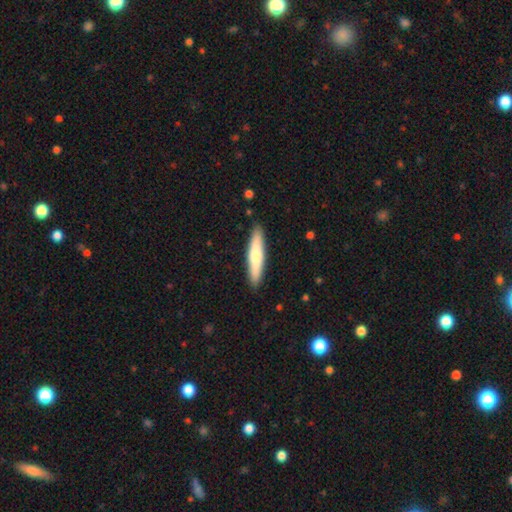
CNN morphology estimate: Smooth or featured? Predicted: smooth (p=0.64). How rounded? Predicted: cigar-shaped (p=0.85). Merging? Predicted: none (p=0.89).